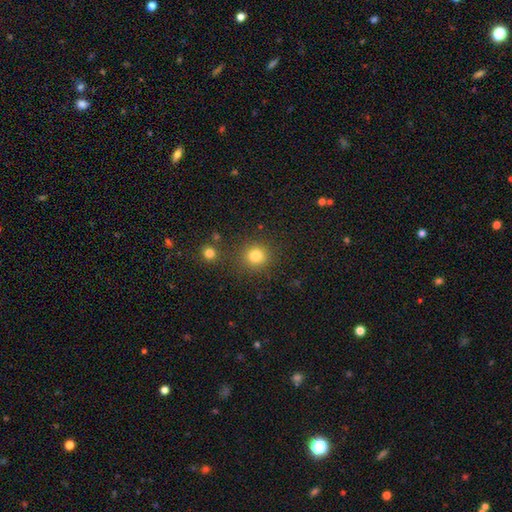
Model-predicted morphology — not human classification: smooth 82%, star or artifact 13%, featured or disk 5%. Down the decision tree: how rounded — round (91%); merging — none (85%).